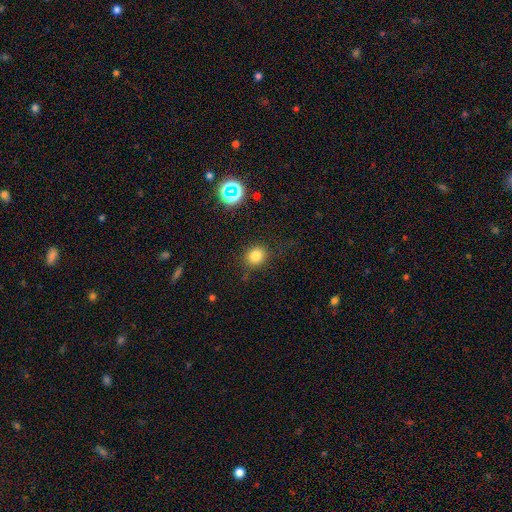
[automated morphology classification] A smooth galaxy with no disk features (79%) that is round (80%).

Vote fractions:
- Smooth or featured? smooth: 79% / star or artifact: 14% / featured or disk: 6%
- How rounded? round: 80% / in between: 19% / cigar-shaped: 1%
- Merging? none: 82% / minor disturbance: 12% / major disturbance: 4% / merger: 2%